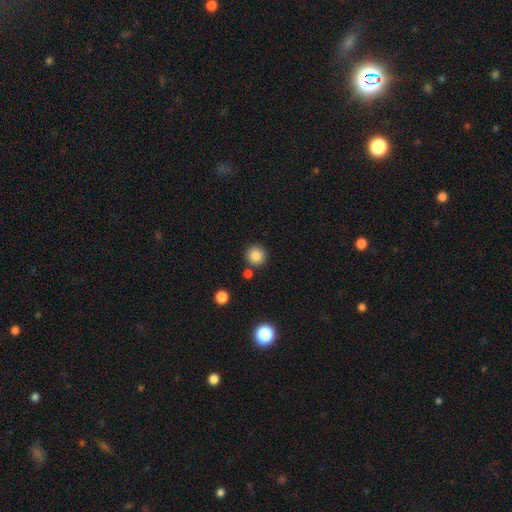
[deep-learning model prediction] Q: Smooth or featured?
A: smooth (84%); runner-up: star or artifact (11%)
Q: How rounded?
A: round (94%); runner-up: in between (5%)
Q: Merging?
A: none (84%); runner-up: minor disturbance (7%)